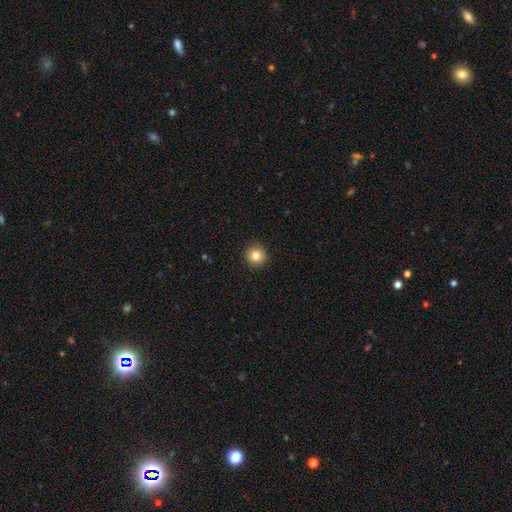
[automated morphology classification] The model was most divided on "smooth or featured": smooth: 83%, star or artifact: 10%, featured or disk: 7%. More confident: how rounded — round (95%); merging — none (93%).